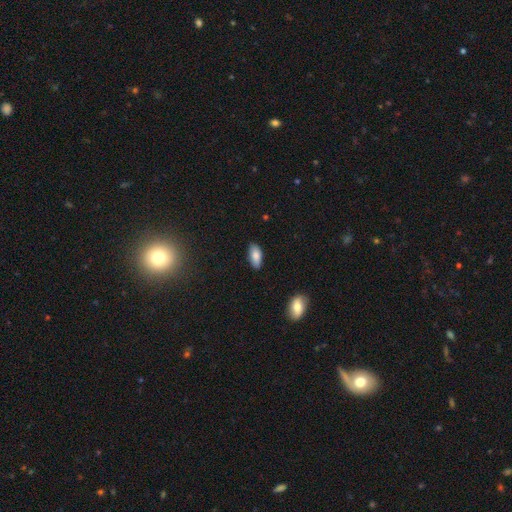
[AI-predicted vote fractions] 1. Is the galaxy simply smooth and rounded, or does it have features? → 84% smooth, 9% featured or disk, 7% star or artifact.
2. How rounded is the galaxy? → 91% in between, 7% cigar-shaped, 2% round.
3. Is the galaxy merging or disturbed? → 85% none, 12% minor disturbance, 2% major disturbance, 1% merger.